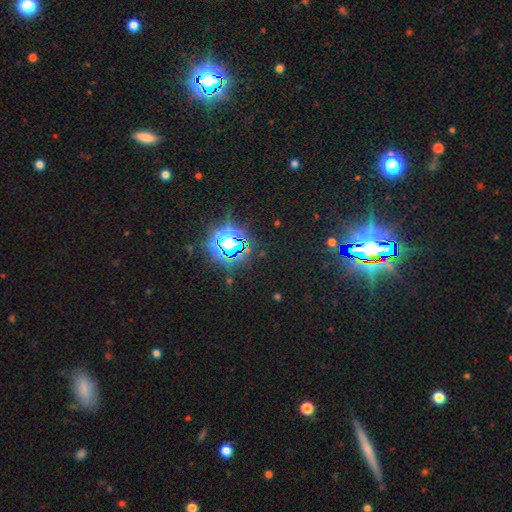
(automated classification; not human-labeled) This is clearly a star or artifact rather than a galaxy (84%).